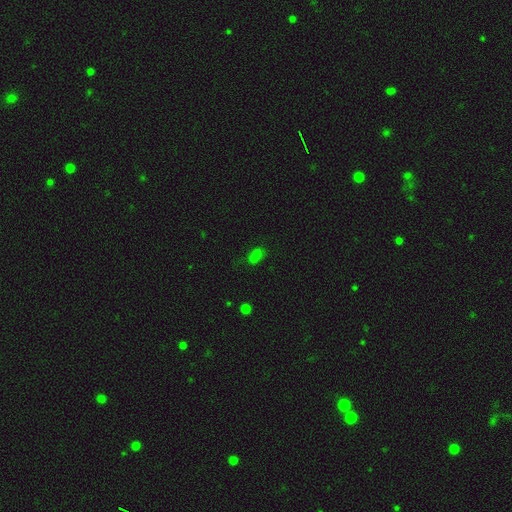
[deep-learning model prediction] Smooth or featured: smooth — 73% (star or artifact — 21%)
How rounded: in between — 87% (round — 6%)
Merging: none — 70% (minor disturbance — 20%)